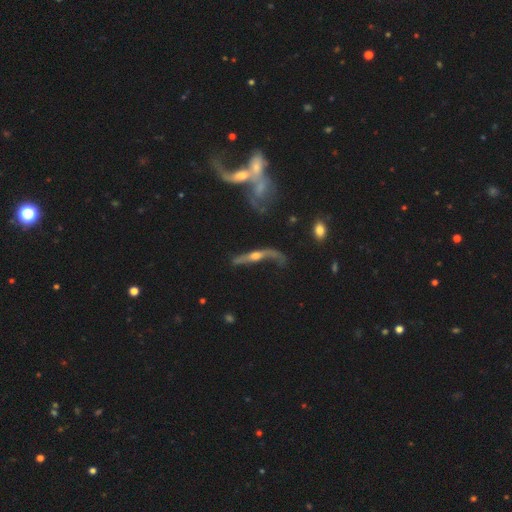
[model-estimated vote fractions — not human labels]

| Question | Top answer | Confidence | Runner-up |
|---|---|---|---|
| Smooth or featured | featured or disk | 73% | smooth (20%) |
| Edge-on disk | yes | 69% | no (31%) |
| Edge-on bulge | rounded | 89% | none (7%) |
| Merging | none | 39% | major disturbance (30%) |